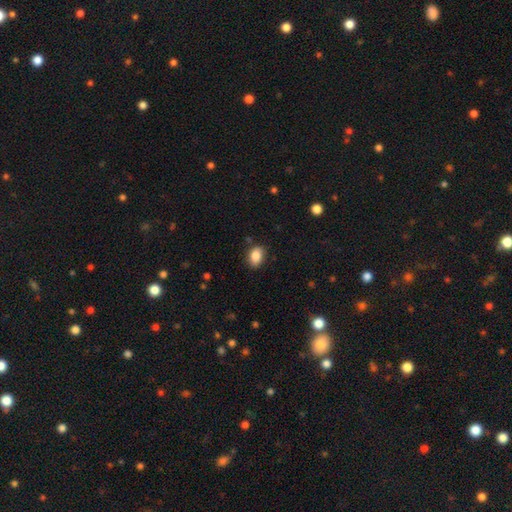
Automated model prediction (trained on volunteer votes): This appears to be a smooth galaxy with no disk features (86%) that is in between round and cigar-shaped (80%). Merging: none (82%).